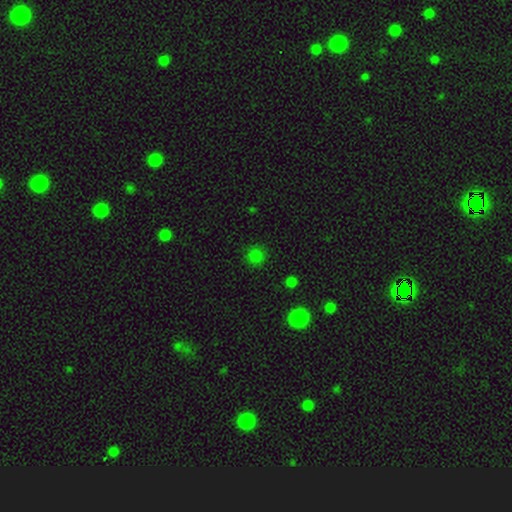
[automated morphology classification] Smooth or featured?
  - smooth: 79% *
  - star or artifact: 17%
  - featured or disk: 4%
How rounded?
  - round: 92% *
  - in between: 7%
  - cigar-shaped: 1%
Merging?
  - none: 89% *
  - minor disturbance: 7%
  - major disturbance: 2%
  - merger: 1%